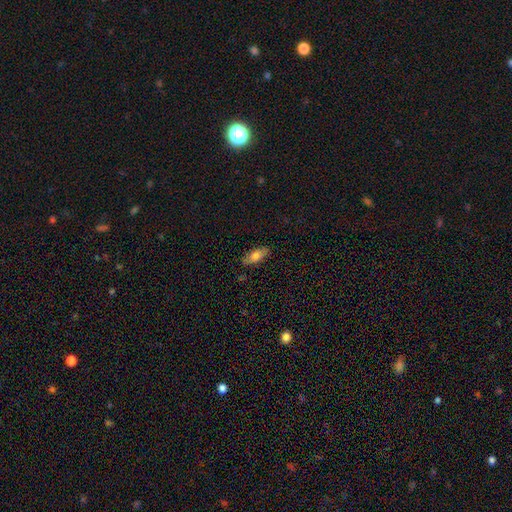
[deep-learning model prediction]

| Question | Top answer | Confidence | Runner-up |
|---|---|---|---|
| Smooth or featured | smooth | 73% | featured or disk (20%) |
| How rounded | in between | 79% | cigar-shaped (18%) |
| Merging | none | 83% | minor disturbance (13%) |